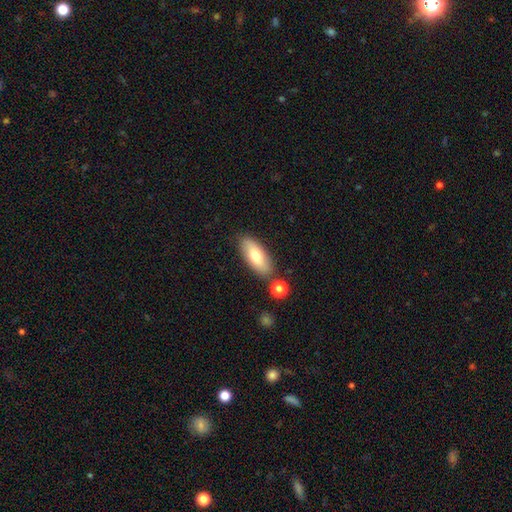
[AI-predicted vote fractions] The model was most divided on "smooth or featured": smooth: 74%, featured or disk: 20%, star or artifact: 7%. More confident: how rounded — in between (81%); merging — none (80%).